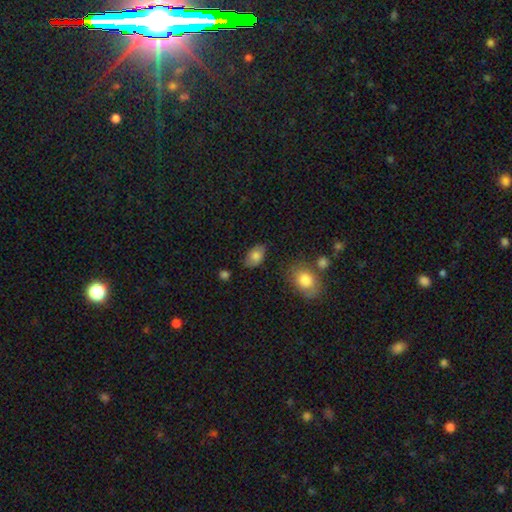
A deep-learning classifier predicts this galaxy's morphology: Smooth or featured?
  - smooth: 81% *
  - featured or disk: 11%
  - star or artifact: 8%
How rounded?
  - in between: 89% *
  - round: 9%
  - cigar-shaped: 1%
Merging?
  - none: 75% *
  - minor disturbance: 19%
  - major disturbance: 4%
  - merger: 3%